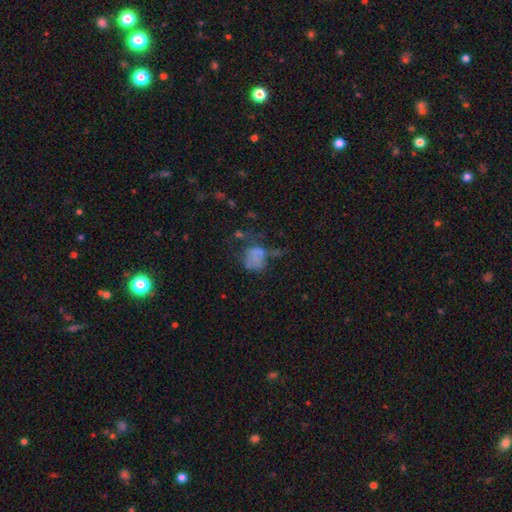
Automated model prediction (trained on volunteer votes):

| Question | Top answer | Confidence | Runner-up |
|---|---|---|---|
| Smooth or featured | smooth | 56% | featured or disk (27%) |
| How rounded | round | 51% | in between (48%) |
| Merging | major disturbance | 40% | none (25%) |